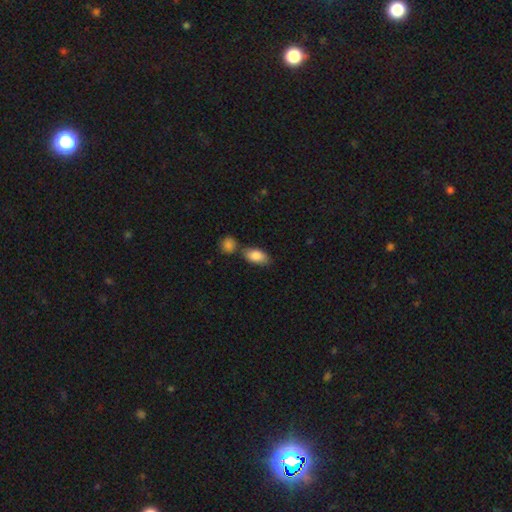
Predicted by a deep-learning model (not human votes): The model was most divided on "merging": none: 61%, merger: 21%, minor disturbance: 14%, major disturbance: 4%. More confident: how rounded — in between (91%); smooth or featured — smooth (85%).